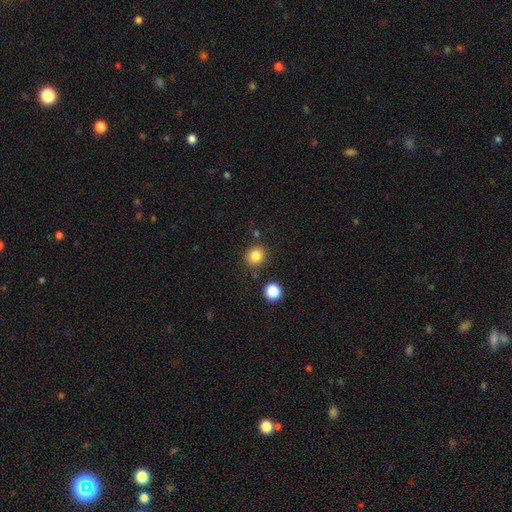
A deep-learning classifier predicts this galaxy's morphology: smooth 83%, star or artifact 12%, featured or disk 5%. Down the decision tree: how rounded — round (82%); merging — none (82%).